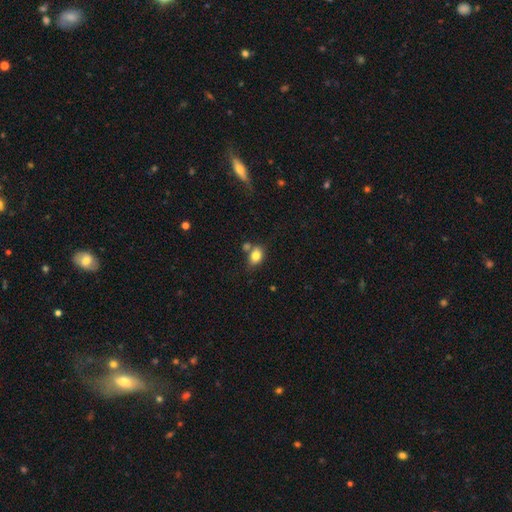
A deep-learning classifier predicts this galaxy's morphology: smooth-or-featured: smooth: 80% | featured or disk: 11% | star or artifact: 9%
  how-rounded: in between: 72% | round: 27% | cigar-shaped: 2%
  merging: none: 57% | merger: 22% | minor disturbance: 16% | major disturbance: 5%